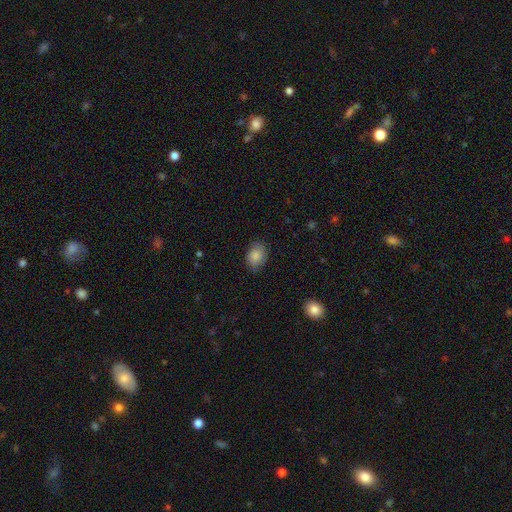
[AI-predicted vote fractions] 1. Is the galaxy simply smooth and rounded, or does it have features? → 84% smooth, 9% featured or disk, 7% star or artifact.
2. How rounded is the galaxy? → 74% in between, 25% round, 1% cigar-shaped.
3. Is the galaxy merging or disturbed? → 79% none, 17% minor disturbance, 4% major disturbance, 1% merger.